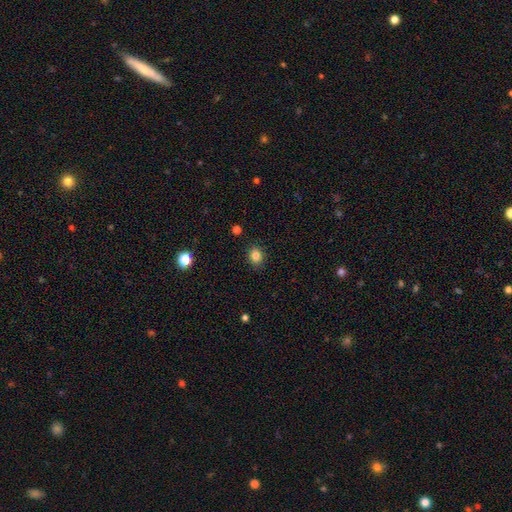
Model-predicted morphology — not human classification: This is clearly a smooth galaxy (84%). How rounded: possibly round (57%). Merging: clearly none (89%).